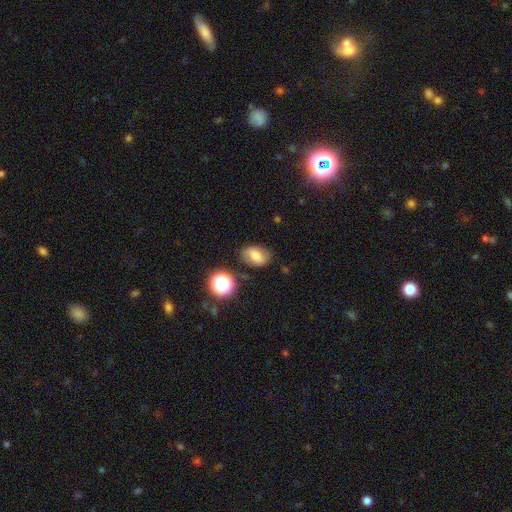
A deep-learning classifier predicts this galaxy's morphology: smooth-or-featured: smooth: 71% | featured or disk: 17% | star or artifact: 13%
  how-rounded: in between: 80% | round: 19% | cigar-shaped: 2%
  merging: none: 74% | minor disturbance: 18% | major disturbance: 5% | merger: 3%